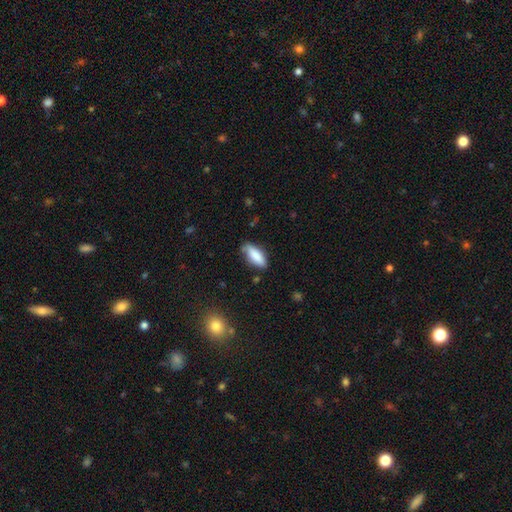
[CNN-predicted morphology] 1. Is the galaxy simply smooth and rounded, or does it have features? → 84% smooth, 9% featured or disk, 7% star or artifact.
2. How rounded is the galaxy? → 73% in between, 25% cigar-shaped, 2% round.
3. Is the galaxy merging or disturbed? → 75% none, 20% minor disturbance, 4% major disturbance, 2% merger.